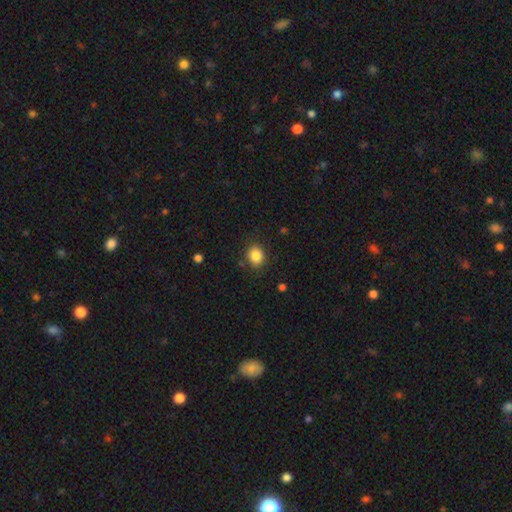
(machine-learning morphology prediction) The model was most divided on "how rounded": round: 60%, in between: 39%, cigar-shaped: 1%. More confident: smooth or featured — smooth (85%); merging — none (85%).